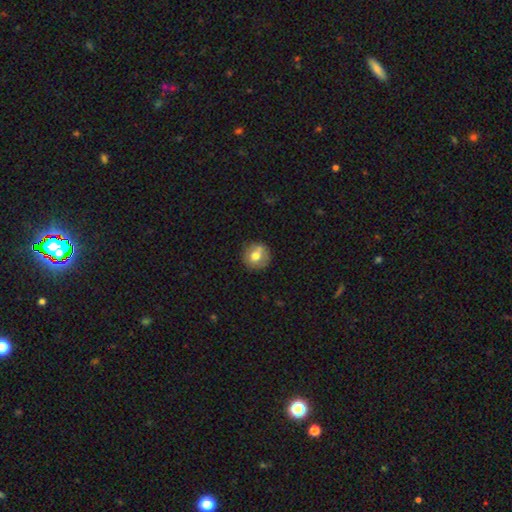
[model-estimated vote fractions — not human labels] Smooth or featured? Predicted: smooth (p=0.70). How rounded? Predicted: round (p=0.91). Merging? Predicted: none (p=0.77).